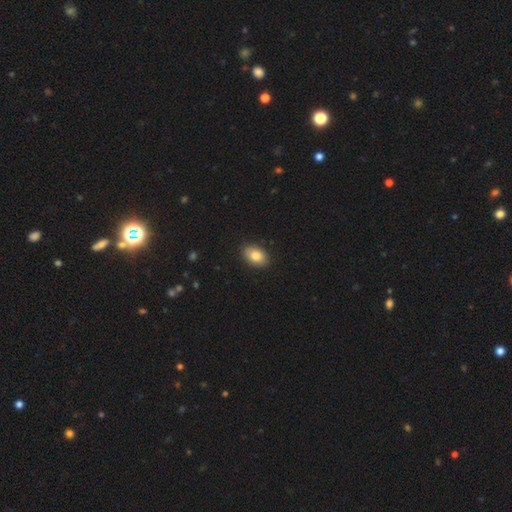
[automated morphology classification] smooth_or_featured: smooth (p=0.84) [alt: featured or disk p=0.09]
how_rounded: in between (p=0.86) [alt: round p=0.13]
merging: none (p=0.88) [alt: minor disturbance p=0.09]